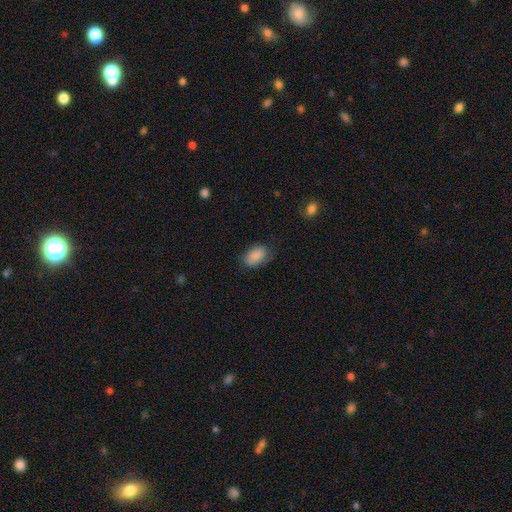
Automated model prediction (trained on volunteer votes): Smooth or featured? smooth (87%)
How rounded? in between (90%)
Merging? none (71%)